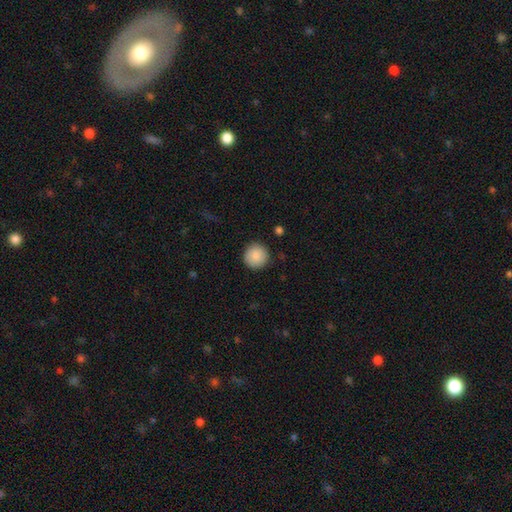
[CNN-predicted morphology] Smooth or featured? Predicted: smooth (p=0.88). How rounded? Predicted: round (p=0.95). Merging? Predicted: none (p=0.91).